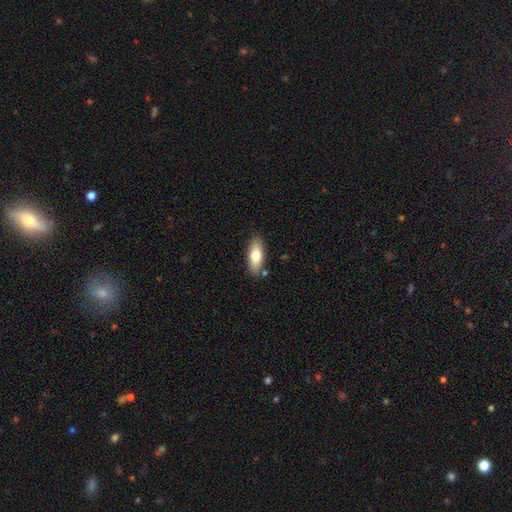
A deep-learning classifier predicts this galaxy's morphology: Q: Smooth or featured?
A: smooth (72%); runner-up: featured or disk (22%)
Q: How rounded?
A: in between (75%); runner-up: cigar-shaped (22%)
Q: Merging?
A: none (83%); runner-up: minor disturbance (11%)